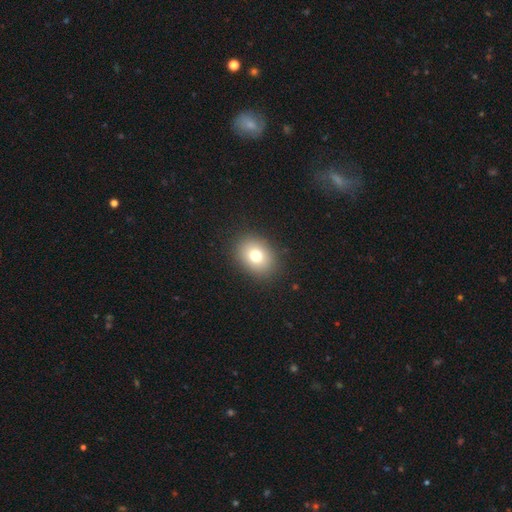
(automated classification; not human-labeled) smooth 77%, featured or disk 12%, star or artifact 12%. Down the decision tree: how rounded — in between (53%); merging — none (89%).